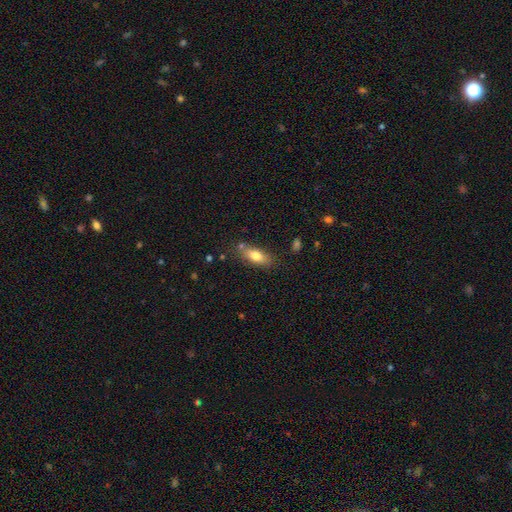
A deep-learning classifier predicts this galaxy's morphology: A smooth galaxy with no disk features (76%) that is in between round and cigar-shaped (75%).

Vote fractions:
- Smooth or featured? smooth: 76% / featured or disk: 16% / star or artifact: 8%
- How rounded? in between: 75% / cigar-shaped: 21% / round: 4%
- Merging? none: 74% / minor disturbance: 16% / merger: 6% / major disturbance: 4%